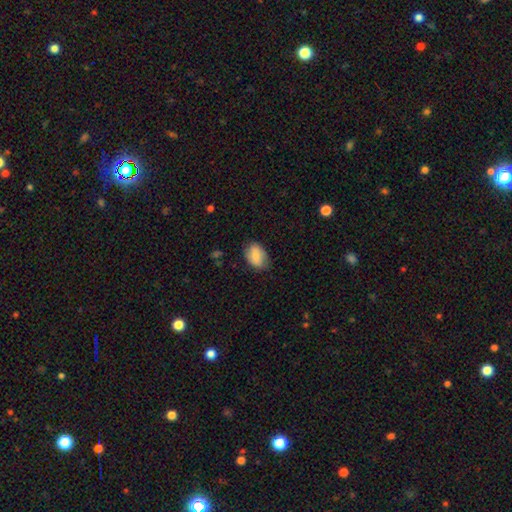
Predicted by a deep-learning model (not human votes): smooth 76%, featured or disk 17%, star or artifact 7%. Down the decision tree: how rounded — in between (83%); merging — none (73%).